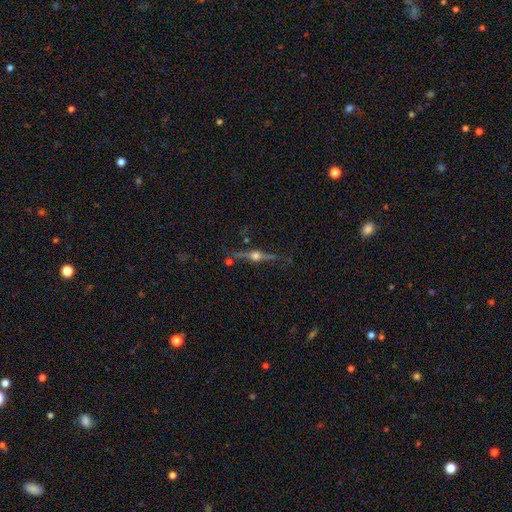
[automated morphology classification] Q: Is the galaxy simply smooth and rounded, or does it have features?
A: featured or disk — 84%.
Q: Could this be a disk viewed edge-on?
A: yes — 97%.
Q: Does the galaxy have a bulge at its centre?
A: rounded — 96%.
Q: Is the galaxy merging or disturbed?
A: none — 81%.